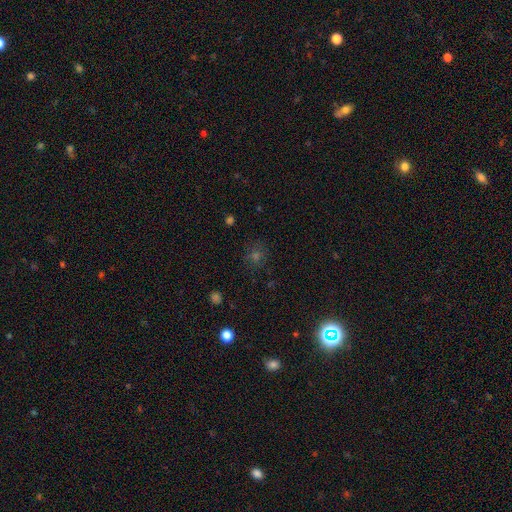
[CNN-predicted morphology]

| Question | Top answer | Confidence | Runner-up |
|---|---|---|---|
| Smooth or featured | smooth | 49% | star or artifact (41%) |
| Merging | none | 84% | minor disturbance (10%) |